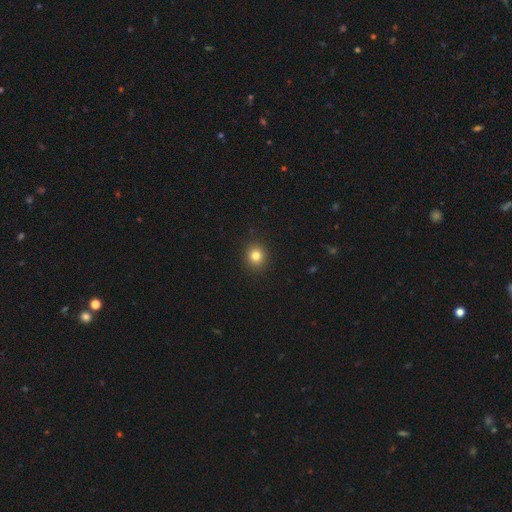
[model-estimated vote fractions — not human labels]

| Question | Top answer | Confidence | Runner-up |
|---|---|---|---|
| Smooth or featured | smooth | 81% | star or artifact (13%) |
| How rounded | round | 86% | in between (13%) |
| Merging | none | 92% | minor disturbance (5%) |